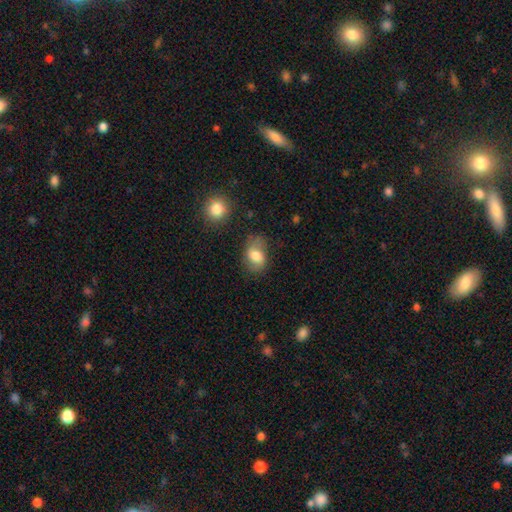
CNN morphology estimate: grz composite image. It shows a smooth galaxy with no disk features (68%) that is in between round and cigar-shaped (77%). Merging: none (60%).